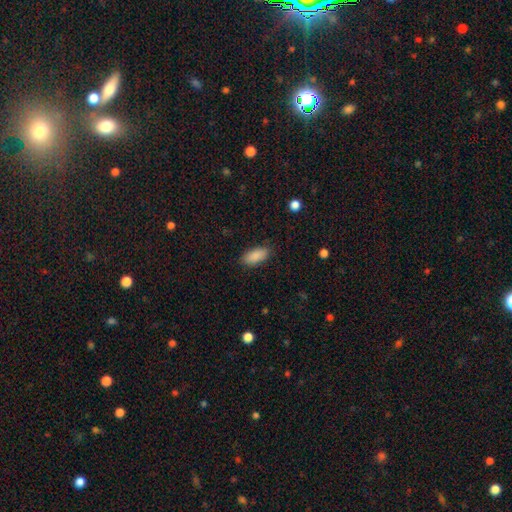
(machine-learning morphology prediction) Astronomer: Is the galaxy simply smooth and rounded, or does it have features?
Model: smooth — 89%.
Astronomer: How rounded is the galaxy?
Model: in between — 88%.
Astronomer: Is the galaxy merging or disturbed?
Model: none — 87%.